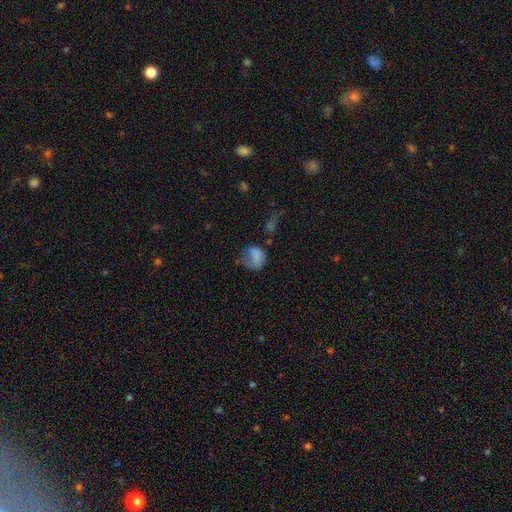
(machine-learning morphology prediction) smooth 72%, featured or disk 17%, star or artifact 12%. Down the decision tree: how rounded — round (53%); merging — major disturbance (38%).